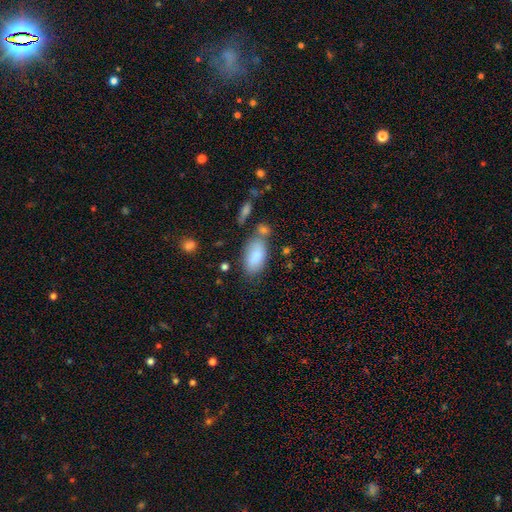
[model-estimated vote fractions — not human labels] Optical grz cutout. It shows a smooth galaxy with no disk features (85%) that is in between round and cigar-shaped (93%). Merging: none (61%).